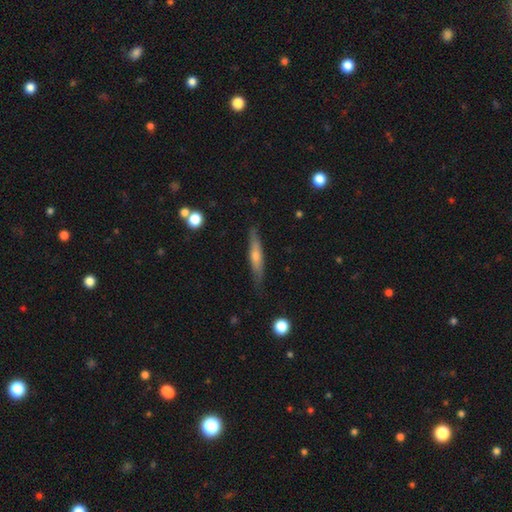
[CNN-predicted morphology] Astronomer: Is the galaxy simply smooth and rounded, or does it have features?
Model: featured or disk — 50% (runner-up: smooth, 44%).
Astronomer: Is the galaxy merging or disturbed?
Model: none — 83%.